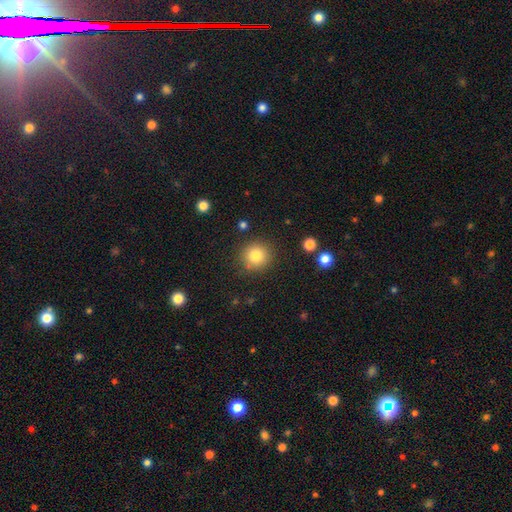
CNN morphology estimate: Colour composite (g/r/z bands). It shows a smooth galaxy with no disk features (81%) that is round (93%). Merging: none (87%).